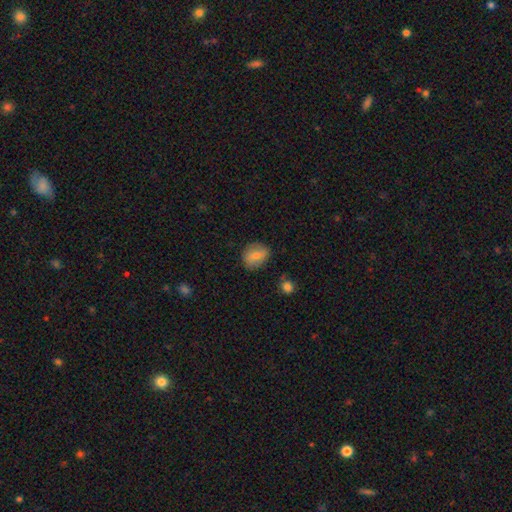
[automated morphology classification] A smooth galaxy with no disk features (67%) that is round (53%).

Vote fractions:
- Smooth or featured? smooth: 67% / featured or disk: 23% / star or artifact: 10%
- How rounded? round: 53% / in between: 45% / cigar-shaped: 2%
- Merging? none: 82% / minor disturbance: 13% / major disturbance: 3% / merger: 2%